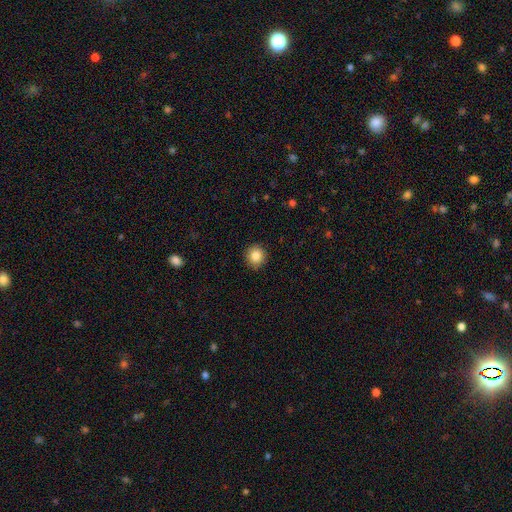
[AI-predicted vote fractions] This appears to be a smooth galaxy with no disk features (86%) that is round (91%). Merging: none (91%).